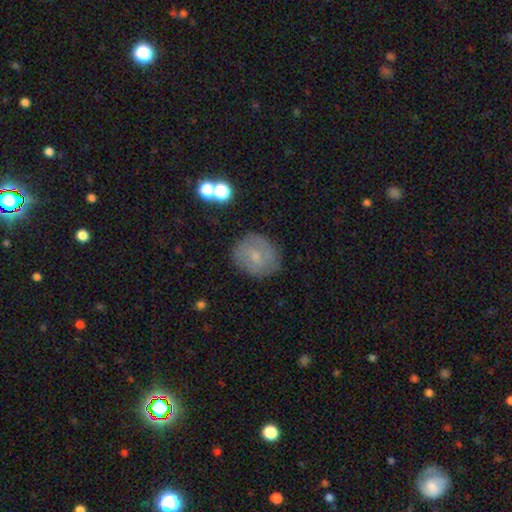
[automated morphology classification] Smooth or featured? Predicted: smooth (p=0.51). How rounded? Predicted: round (p=0.74). Merging? Predicted: none (p=0.77).